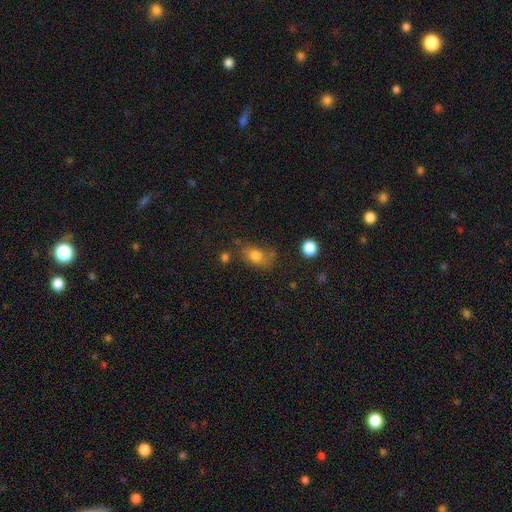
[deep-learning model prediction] A smooth galaxy with no disk features (77%) that is in between round and cigar-shaped (72%). Merging: none (56%).